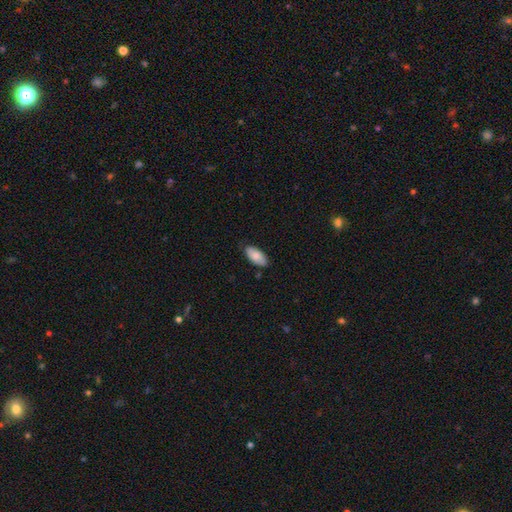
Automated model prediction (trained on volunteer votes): smooth 83%, featured or disk 11%, star or artifact 6%. Down the decision tree: how rounded — in between (92%); merging — none (81%).